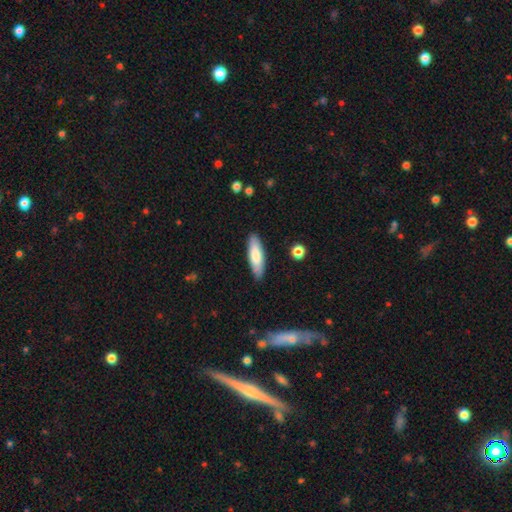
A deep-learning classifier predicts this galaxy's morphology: This appears to be a smooth galaxy with no disk features (78%) that is cigar-shaped (55%). Merging: none (86%).